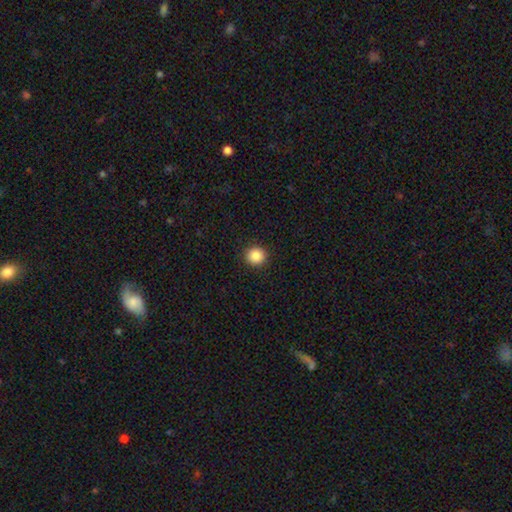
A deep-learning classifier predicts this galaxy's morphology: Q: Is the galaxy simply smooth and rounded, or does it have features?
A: smooth — 87%.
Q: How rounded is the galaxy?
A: round — 93%.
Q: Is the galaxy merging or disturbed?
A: none — 93%.